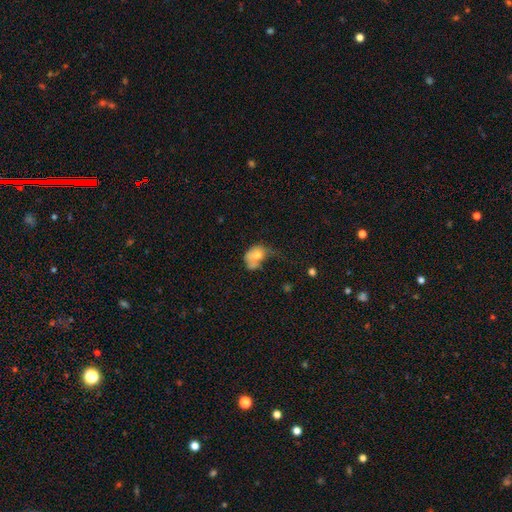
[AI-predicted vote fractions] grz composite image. It shows a smooth galaxy with no disk features (66%) that is in between round and cigar-shaped (71%). Merging: major disturbance (33%).